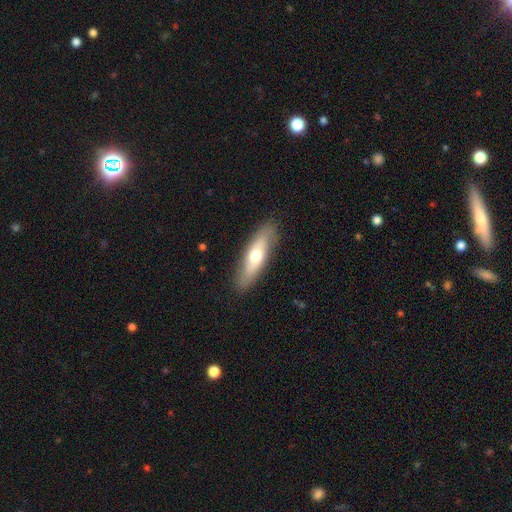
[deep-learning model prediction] This is possibly a smooth galaxy (57%). How rounded: possibly cigar-shaped (56%). Merging: clearly none (86%).